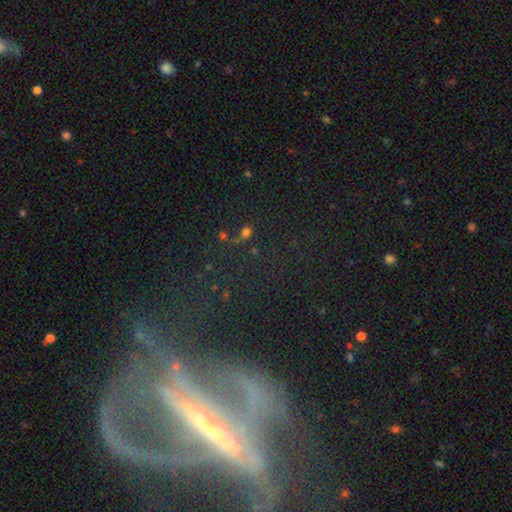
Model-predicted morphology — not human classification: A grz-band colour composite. It shows a featured or disk galaxy (72%) with a strong bar (60%), spiral arms (52%) and a small central bulge (42%). Merging: major disturbance (40%).